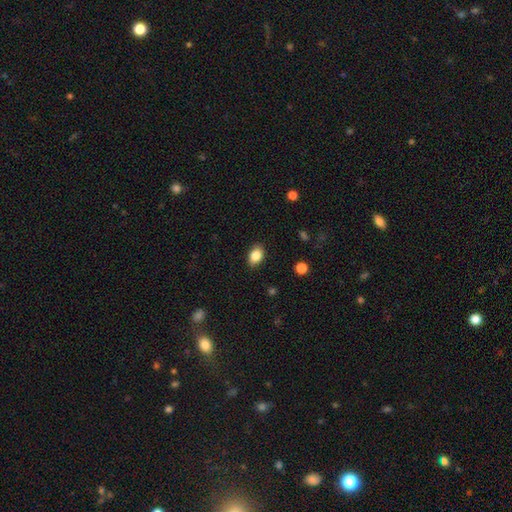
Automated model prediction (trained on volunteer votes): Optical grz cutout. It shows a smooth galaxy with no disk features (85%) that is in between round and cigar-shaped (83%). Merging: none (86%).